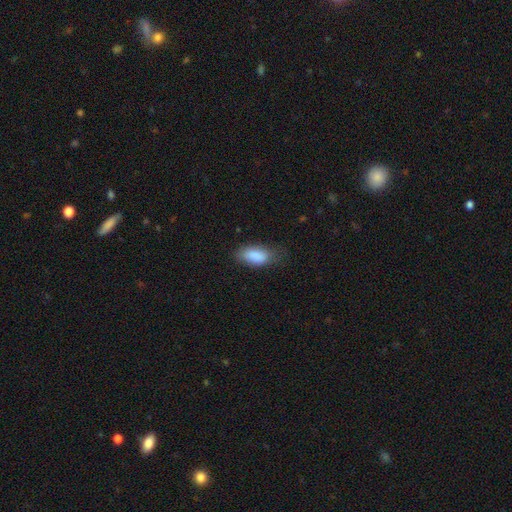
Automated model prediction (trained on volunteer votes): Smooth or featured? Predicted: smooth (p=0.87). How rounded? Predicted: in between (p=0.90). Merging? Predicted: none (p=0.65).